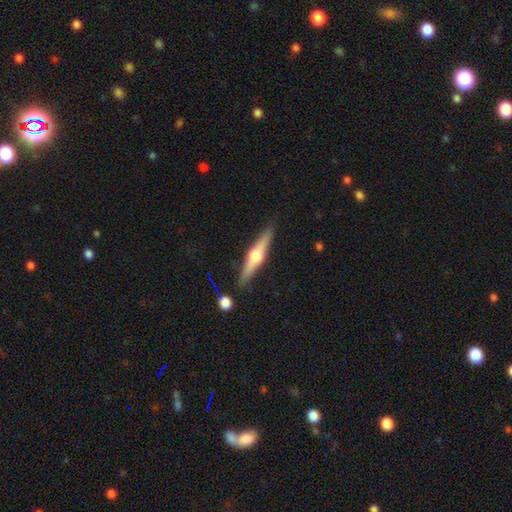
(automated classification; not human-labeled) A featured or disk galaxy (68%) viewed edge-on (96%) with a rounded central bulge (95%). Merging: none (87%).